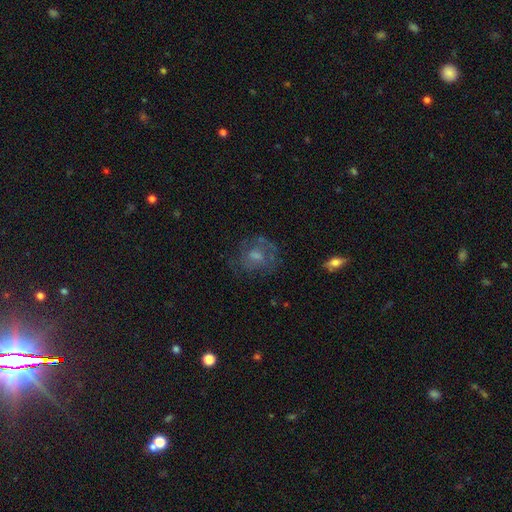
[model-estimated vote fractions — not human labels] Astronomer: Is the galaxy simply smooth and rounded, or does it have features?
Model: featured or disk — 50% (runner-up: smooth, 33%).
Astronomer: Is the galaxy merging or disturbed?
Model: none — 67%.